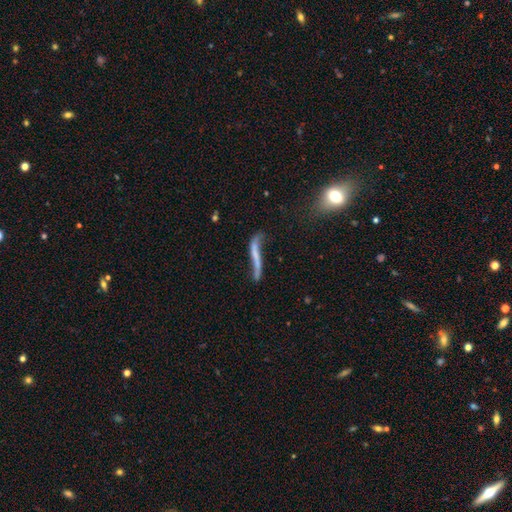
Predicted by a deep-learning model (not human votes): A featured or disk galaxy (60%). Merging: none (40%).